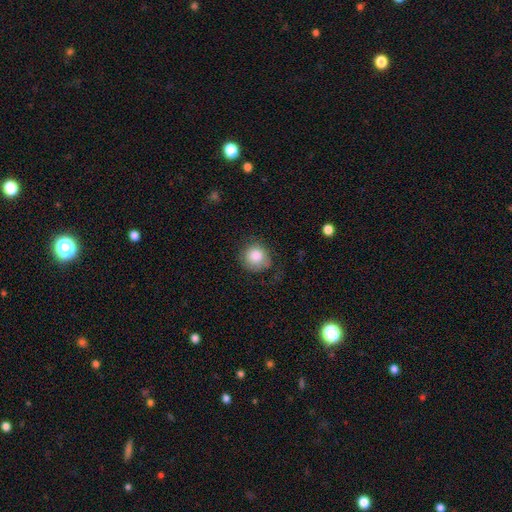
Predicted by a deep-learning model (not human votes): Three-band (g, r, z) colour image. It shows a smooth galaxy with no disk features (84%) that is round (89%). Merging: none (66%).